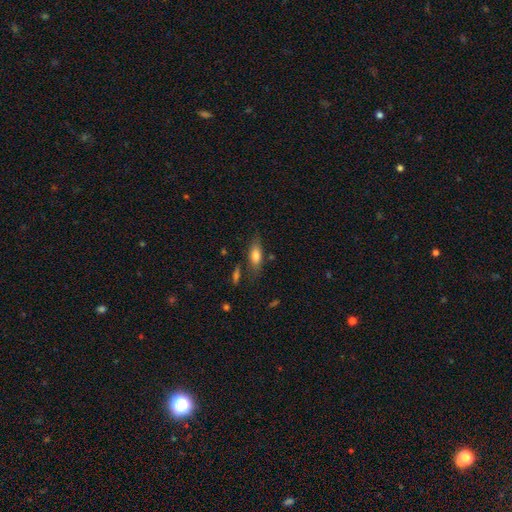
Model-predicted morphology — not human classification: smooth 72%, featured or disk 20%, star or artifact 8%. Down the decision tree: how rounded — in between (71%); merging — none (69%).